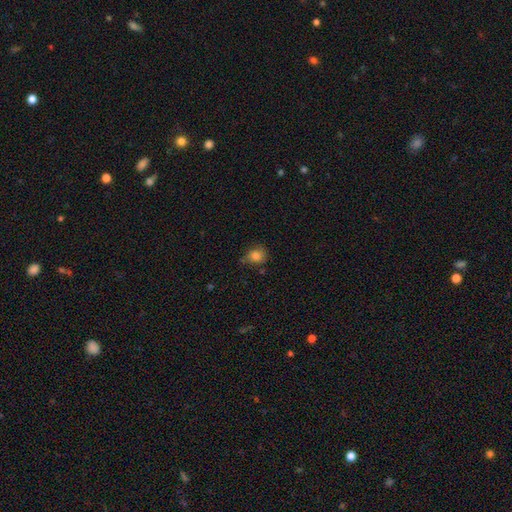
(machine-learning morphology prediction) This is clearly a smooth galaxy (82%). How rounded: likely round (69%). Merging: possibly none (57%).